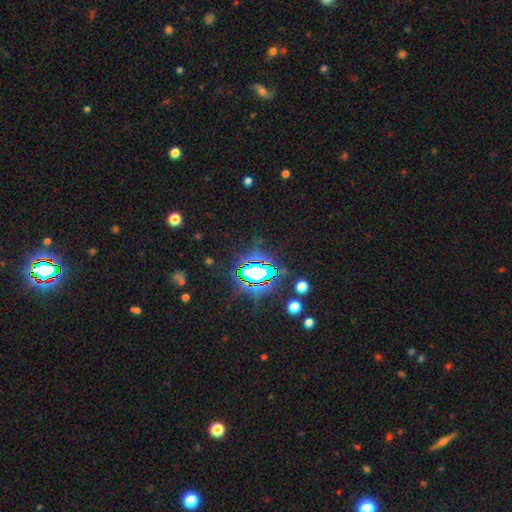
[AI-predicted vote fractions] A star or artifact, not a galaxy (84%).